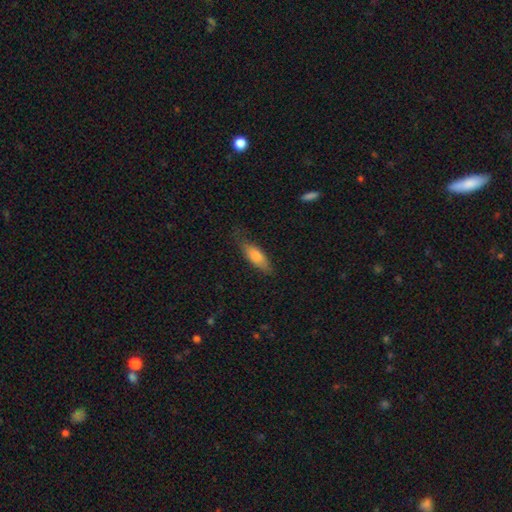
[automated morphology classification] Smooth or featured: smooth — 74% (featured or disk — 20%)
How rounded: in between — 60% (cigar-shaped — 38%)
Merging: none — 71% (minor disturbance — 22%)